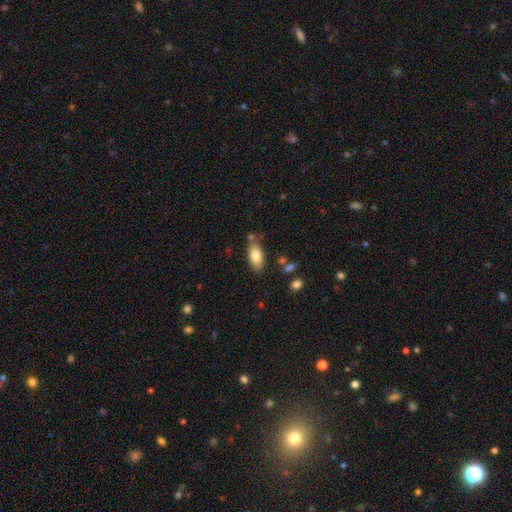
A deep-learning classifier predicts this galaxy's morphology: Smooth or featured? smooth (80%)
How rounded? in between (88%)
Merging? none (72%)